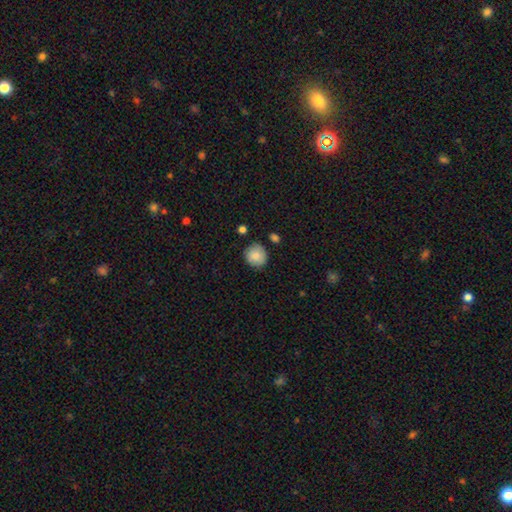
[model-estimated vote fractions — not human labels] A smooth galaxy with no disk features (85%) that is round (88%).

Vote fractions:
- Smooth or featured? smooth: 85% / star or artifact: 7% / featured or disk: 7%
- How rounded? round: 88% / in between: 11% / cigar-shaped: 1%
- Merging? none: 80% / minor disturbance: 14% / merger: 3% / major disturbance: 3%